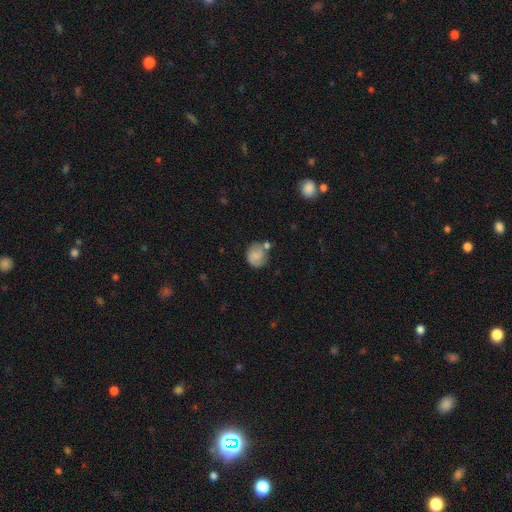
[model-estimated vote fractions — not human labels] Smooth or featured: smooth — 64% (featured or disk — 27%)
How rounded: round — 75% (in between — 24%)
Merging: none — 52% (minor disturbance — 23%)